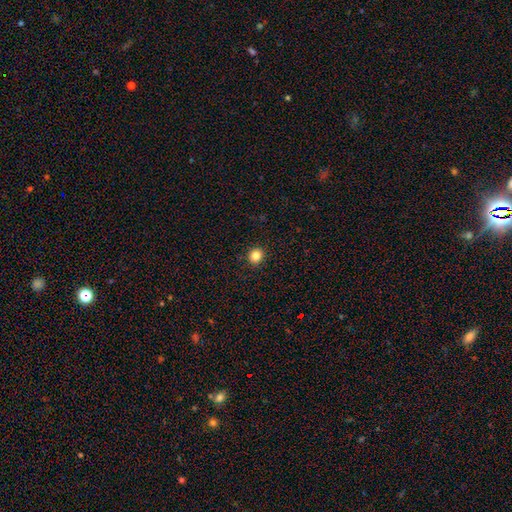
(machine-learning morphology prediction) Smooth or featured? smooth (84%)
How rounded? round (87%)
Merging? none (92%)